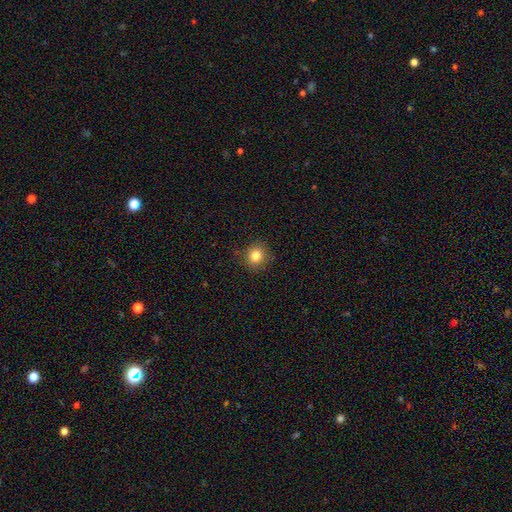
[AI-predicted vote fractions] The model was most divided on "smooth or featured": smooth: 82%, star or artifact: 12%, featured or disk: 6%. More confident: merging — none (89%); how rounded — round (86%).